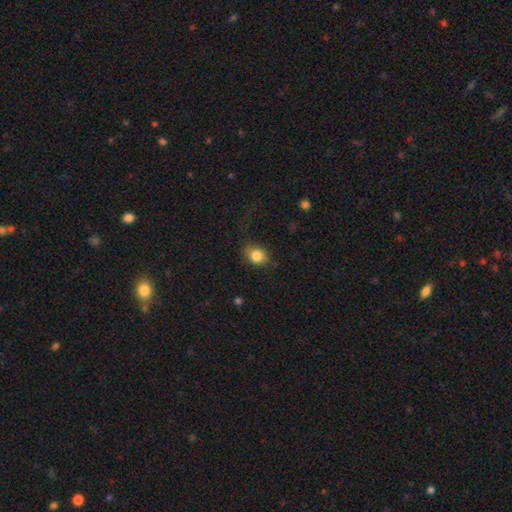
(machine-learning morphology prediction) This appears to be a smooth galaxy with no disk features (83%) that is round (61%). Merging: none (68%).